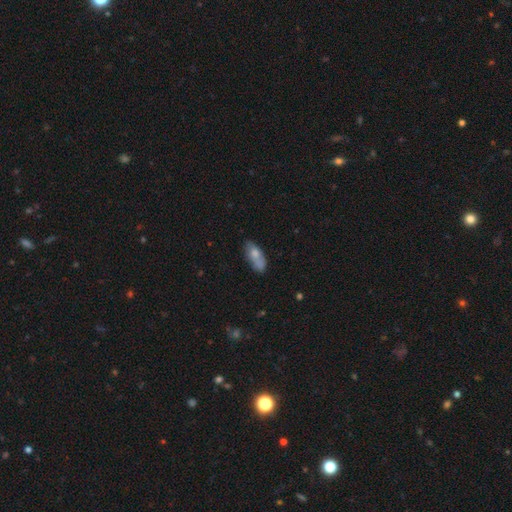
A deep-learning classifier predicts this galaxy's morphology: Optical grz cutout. It shows a smooth galaxy with no disk features (71%) that is in between round and cigar-shaped (81%). Merging: none (57%).